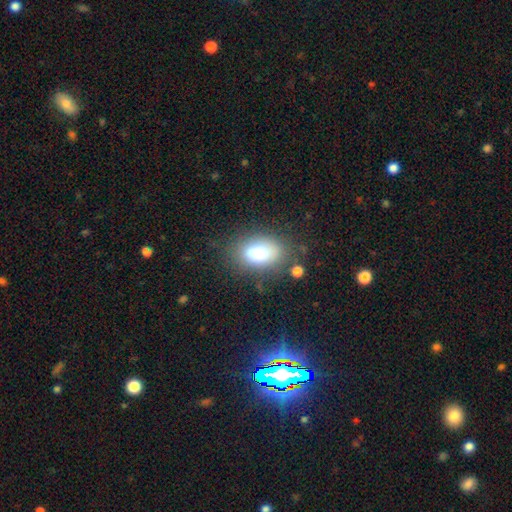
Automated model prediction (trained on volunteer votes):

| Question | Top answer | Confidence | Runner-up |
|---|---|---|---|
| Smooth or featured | smooth | 77% | featured or disk (13%) |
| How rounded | in between | 84% | round (14%) |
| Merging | none | 74% | minor disturbance (15%) |